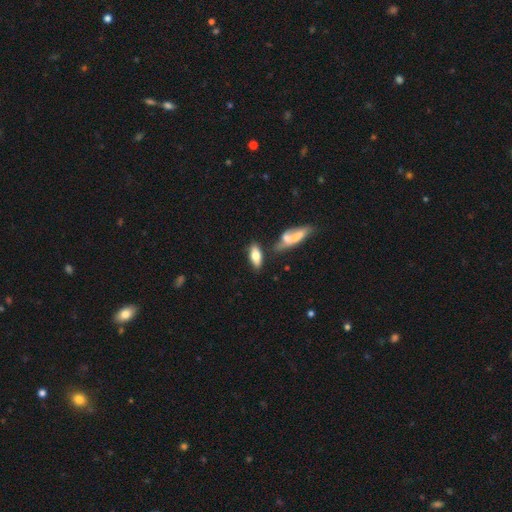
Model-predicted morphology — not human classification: Q: Smooth or featured?
A: smooth (71%); runner-up: featured or disk (22%)
Q: How rounded?
A: in between (79%); runner-up: cigar-shaped (18%)
Q: Merging?
A: none (65%); runner-up: merger (16%)